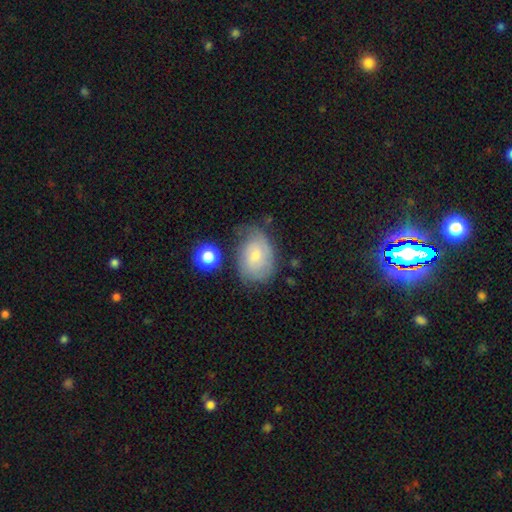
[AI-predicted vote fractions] smooth 52%, featured or disk 40%, star or artifact 8%. Down the decision tree: how rounded — in between (72%); merging — none (50%).